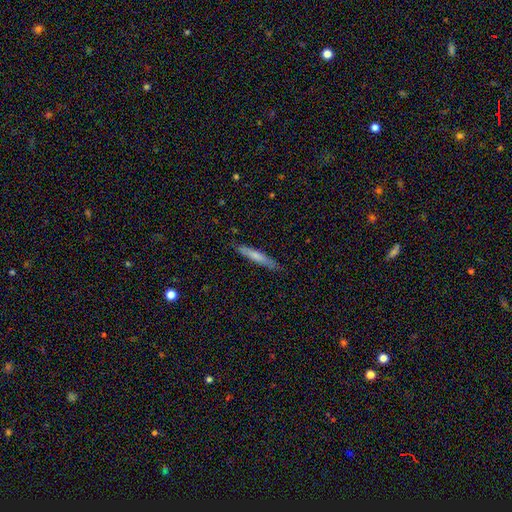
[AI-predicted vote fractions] A smooth galaxy with no disk features (68%) that is cigar-shaped (92%).

Vote fractions:
- Smooth or featured? smooth: 68% / featured or disk: 26% / star or artifact: 6%
- How rounded? cigar-shaped: 92% / in between: 7% / round: 1%
- Merging? none: 85% / minor disturbance: 12% / major disturbance: 2% / merger: 1%